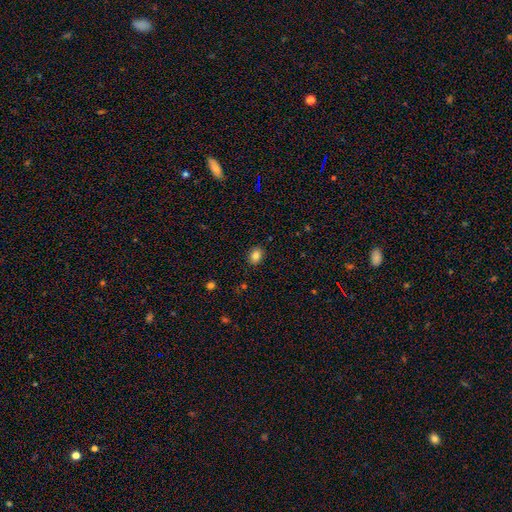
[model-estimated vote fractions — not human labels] Smooth or featured? Predicted: smooth (p=0.83). How rounded? Predicted: in between (p=0.62). Merging? Predicted: none (p=0.87).